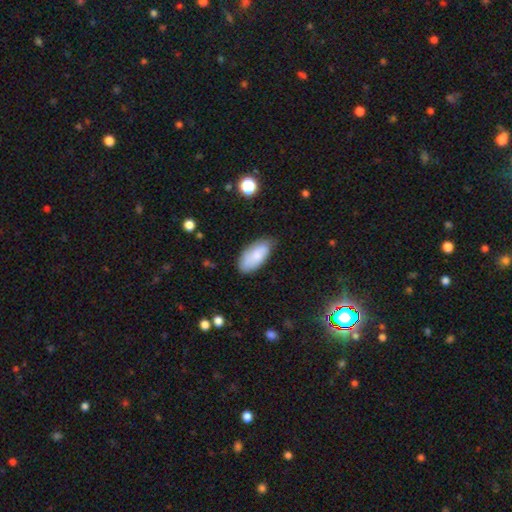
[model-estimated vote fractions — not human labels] smooth_or_featured: smooth (p=0.76) [alt: featured or disk p=0.17]
how_rounded: in between (p=0.92) [alt: cigar-shaped p=0.06]
merging: none (p=0.69) [alt: minor disturbance p=0.24]